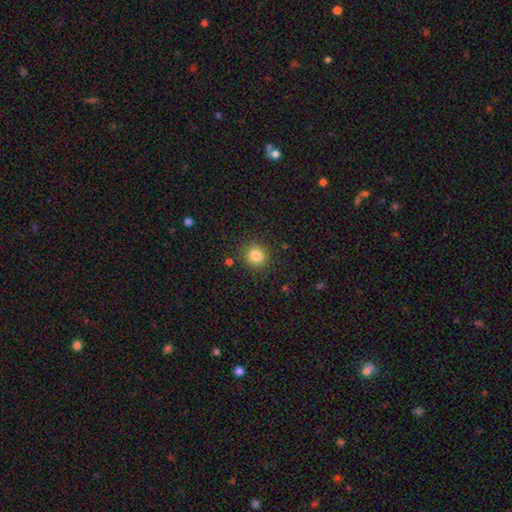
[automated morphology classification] smooth-or-featured: smooth: 83% | star or artifact: 11% | featured or disk: 6%
  how-rounded: round: 90% | in between: 9% | cigar-shaped: 1%
  merging: none: 88% | minor disturbance: 7% | major disturbance: 3% | merger: 2%